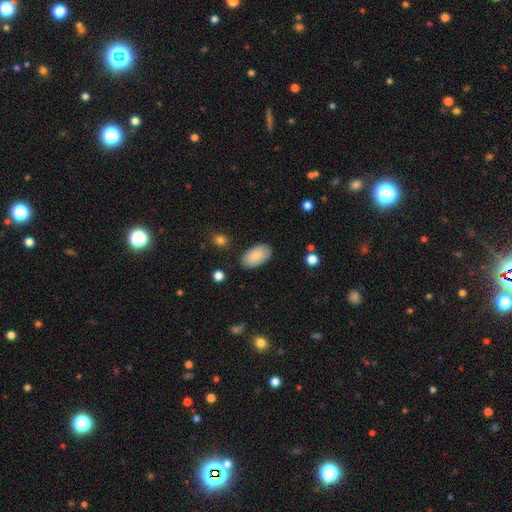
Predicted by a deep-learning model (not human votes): Smooth or featured?
  - smooth: 85% *
  - featured or disk: 9%
  - star or artifact: 6%
How rounded?
  - in between: 96% *
  - round: 3%
  - cigar-shaped: 2%
Merging?
  - none: 85% *
  - minor disturbance: 11%
  - major disturbance: 2%
  - merger: 2%